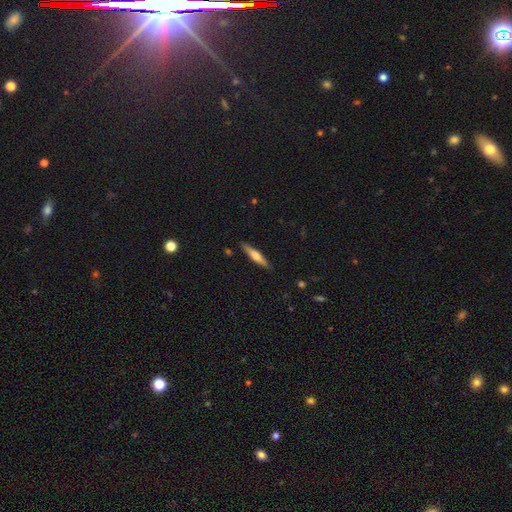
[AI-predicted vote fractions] Smooth or featured: featured or disk — 48% (smooth — 46%)
Merging: none — 89% (minor disturbance — 8%)